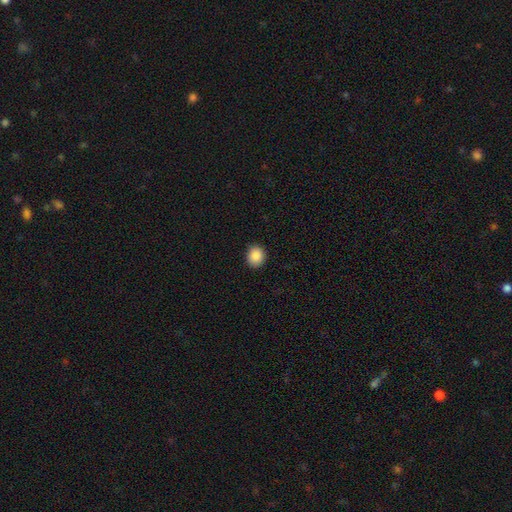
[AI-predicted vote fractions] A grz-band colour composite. It shows a smooth galaxy with no disk features (89%) that is round (73%). Merging: none (90%).